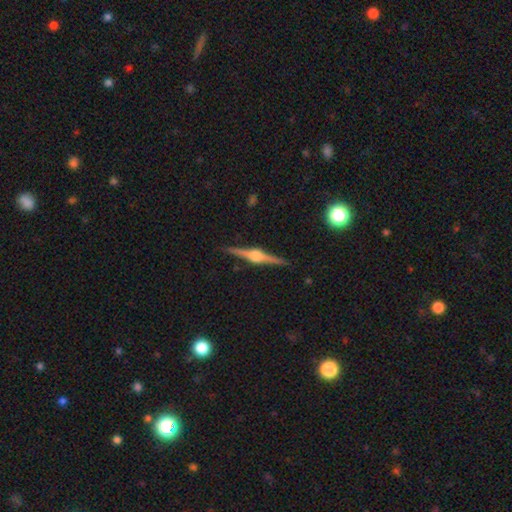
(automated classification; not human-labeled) featured or disk 87%, smooth 8%, star or artifact 6%. Down the decision tree: edge-on disk — yes (98%); edge-on bulge — rounded (93%); merging — none (91%).